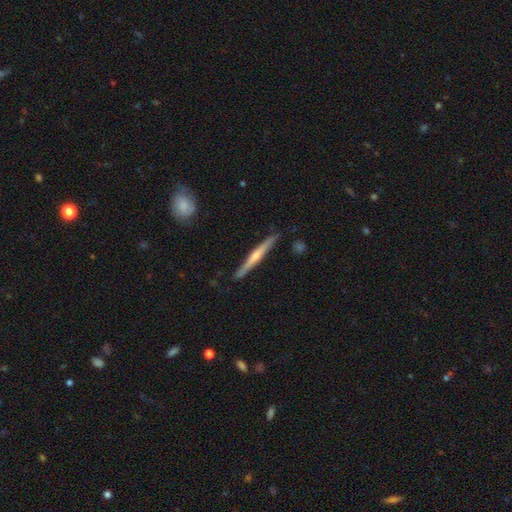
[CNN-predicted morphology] Overall: featured or disk (71%). Edge-on disk: yes (97%). Edge-on bulge: rounded (80%). Merging: none (88%).